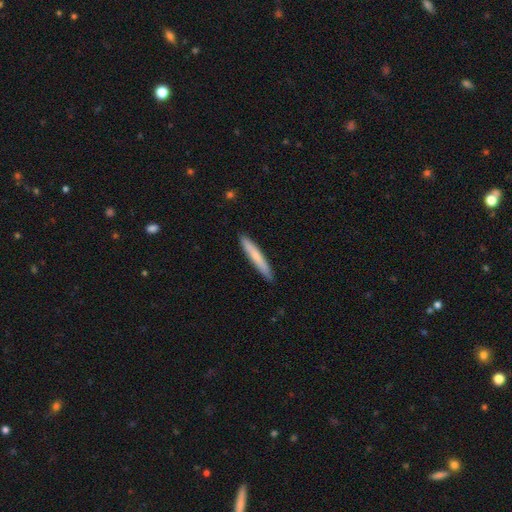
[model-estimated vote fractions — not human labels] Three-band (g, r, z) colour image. It shows a smooth galaxy with no disk features (69%) that is cigar-shaped (95%). Merging: none (90%).